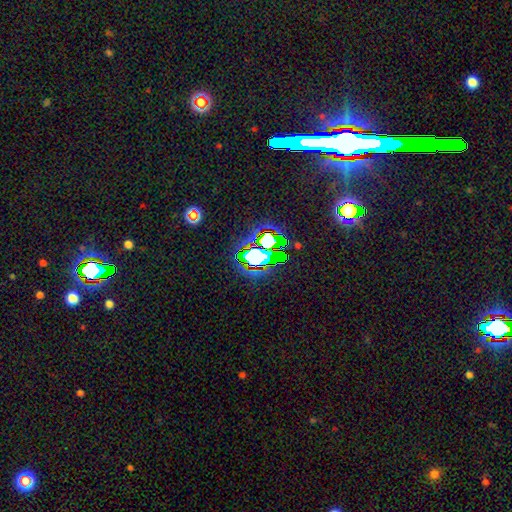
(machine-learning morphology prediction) This is likely a star or artifact rather than a galaxy (64%).